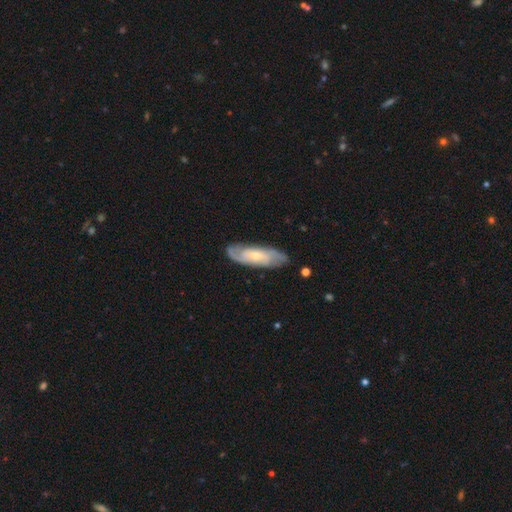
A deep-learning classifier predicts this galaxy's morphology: Smooth or featured? Predicted: featured or disk (p=0.74). Edge-on disk? Predicted: no (p=0.85). Bar? Predicted: no (p=0.63). Spiral arms? Predicted: yes (p=0.92). Spiral winding? Predicted: tight (p=0.49). Spiral arm count? Predicted: 2 (p=0.48). Bulge size? Predicted: small (p=0.54). Merging? Predicted: none (p=0.79).